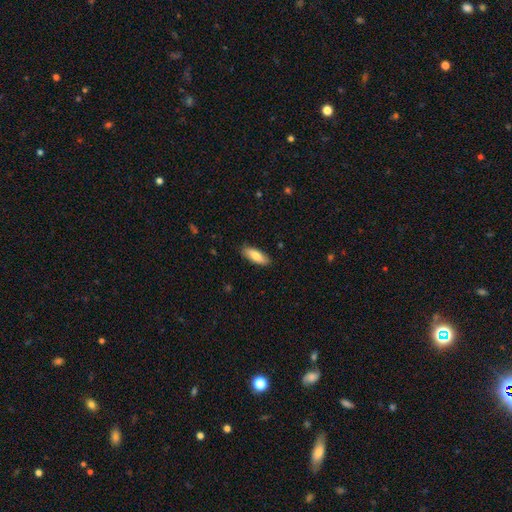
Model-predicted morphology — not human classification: smooth-or-featured: smooth: 78% | featured or disk: 17% | star or artifact: 6%
  how-rounded: in between: 69% | cigar-shaped: 29% | round: 2%
  merging: none: 87% | minor disturbance: 10% | major disturbance: 2% | merger: 1%